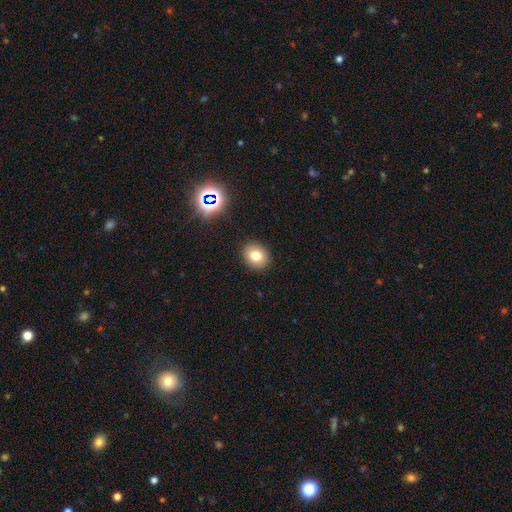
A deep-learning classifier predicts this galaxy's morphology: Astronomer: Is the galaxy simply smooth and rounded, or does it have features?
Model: smooth — 77%.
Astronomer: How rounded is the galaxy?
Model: round — 61% (runner-up: in between, 38%).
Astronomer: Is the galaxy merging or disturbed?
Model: none — 90%.